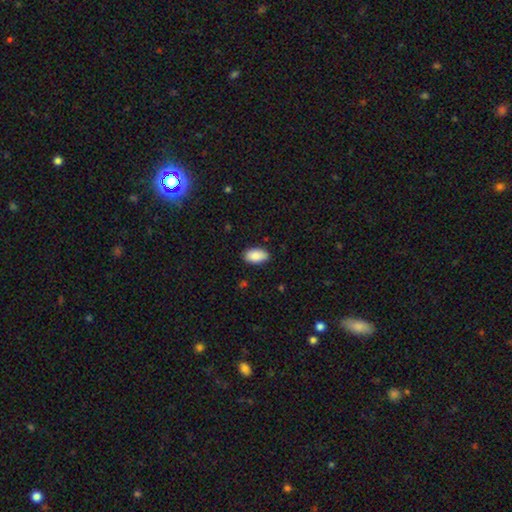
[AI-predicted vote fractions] Smooth or featured: smooth — 88% (star or artifact — 6%)
How rounded: in between — 95% (round — 3%)
Merging: none — 86% (minor disturbance — 11%)